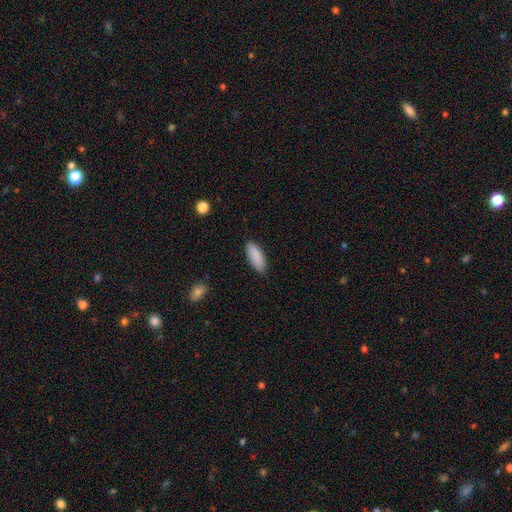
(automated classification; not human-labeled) smooth-or-featured: smooth: 89% | star or artifact: 6% | featured or disk: 5%
  how-rounded: in between: 74% | cigar-shaped: 25% | round: 2%
  merging: none: 83% | minor disturbance: 13% | major disturbance: 2% | merger: 1%